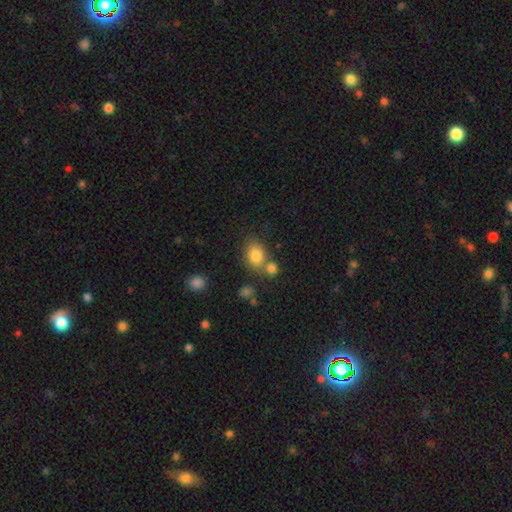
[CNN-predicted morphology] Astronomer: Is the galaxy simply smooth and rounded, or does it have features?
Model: smooth — 82%.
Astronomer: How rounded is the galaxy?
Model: in between — 62%.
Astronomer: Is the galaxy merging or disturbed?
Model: none — 52% (runner-up: merger, 30%).